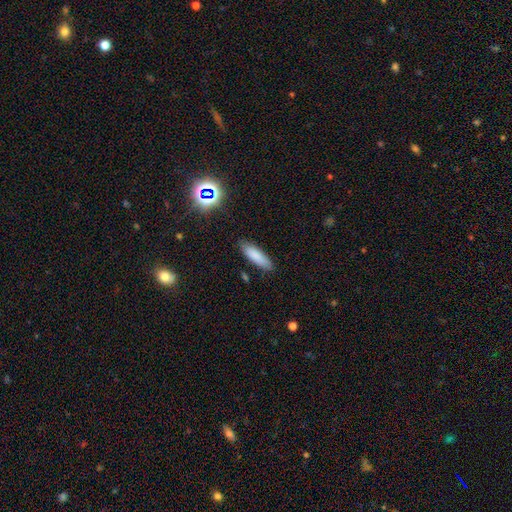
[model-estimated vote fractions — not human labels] smooth_or_featured: smooth (p=0.84) [alt: featured or disk p=0.08]
how_rounded: cigar-shaped (p=0.53) [alt: in between p=0.46]
merging: none (p=0.84) [alt: minor disturbance p=0.12]